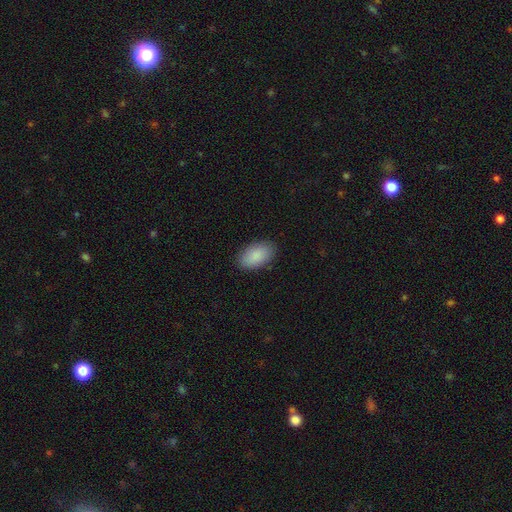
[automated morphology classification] Smooth or featured? smooth (89%)
How rounded? in between (95%)
Merging? none (87%)